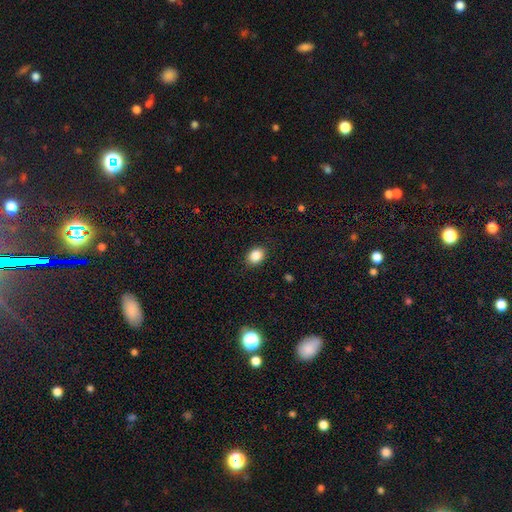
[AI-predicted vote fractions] The model was most divided on "how rounded": in between: 59%, round: 40%, cigar-shaped: 1%. More confident: merging — none (89%); smooth or featured — smooth (87%).